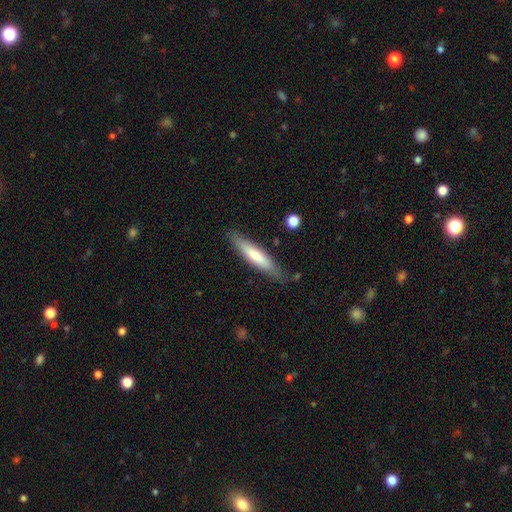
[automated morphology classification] The model was most divided on "smooth or featured": smooth: 67%, featured or disk: 28%, star or artifact: 5%. More confident: how rounded — cigar-shaped (84%); merging — none (82%).